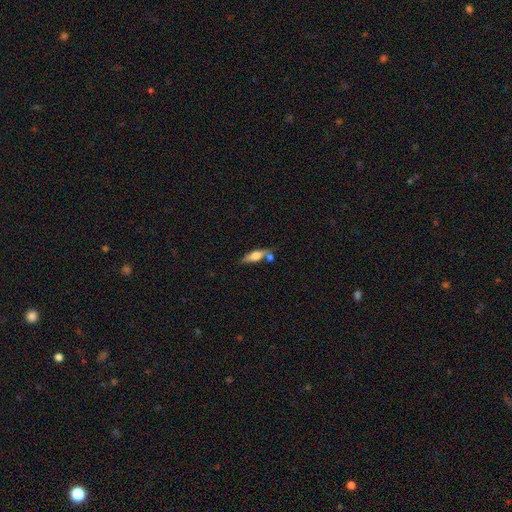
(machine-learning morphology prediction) smooth-or-featured: smooth: 55% | featured or disk: 38% | star or artifact: 7%
  how-rounded: in between: 50% | cigar-shaped: 46% | round: 4%
  merging: none: 58% | merger: 20% | minor disturbance: 16% | major disturbance: 5%